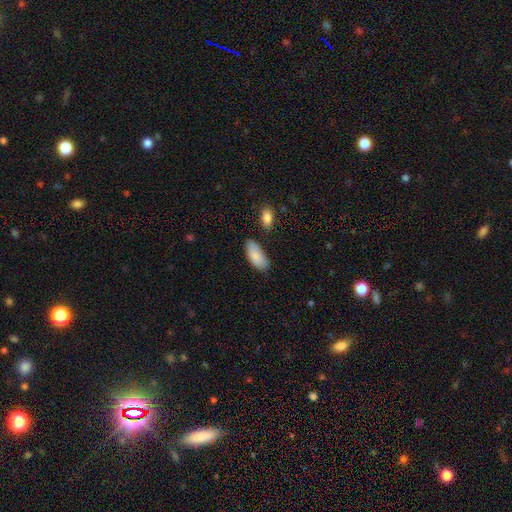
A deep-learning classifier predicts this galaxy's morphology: smooth-or-featured: smooth: 86% | featured or disk: 8% | star or artifact: 6%
  how-rounded: in between: 90% | cigar-shaped: 8% | round: 2%
  merging: none: 71% | minor disturbance: 21% | merger: 4% | major disturbance: 4%